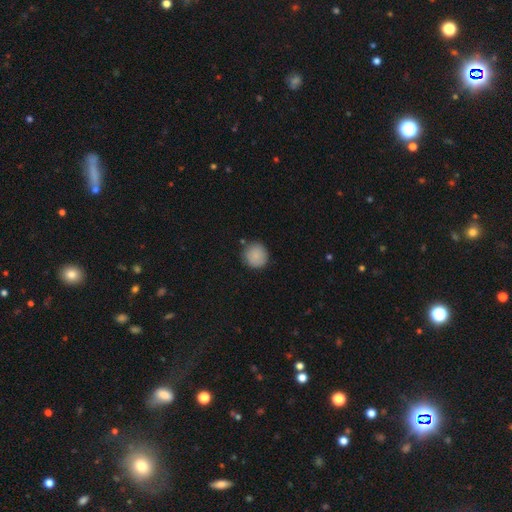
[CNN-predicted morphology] Smooth or featured? smooth (87%)
How rounded? round (93%)
Merging? none (86%)